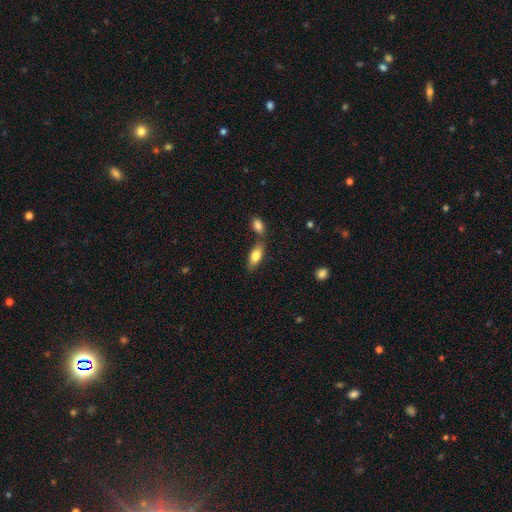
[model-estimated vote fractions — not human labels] Overall: smooth (79%). How rounded: in between (81%). Merging: none (63%).